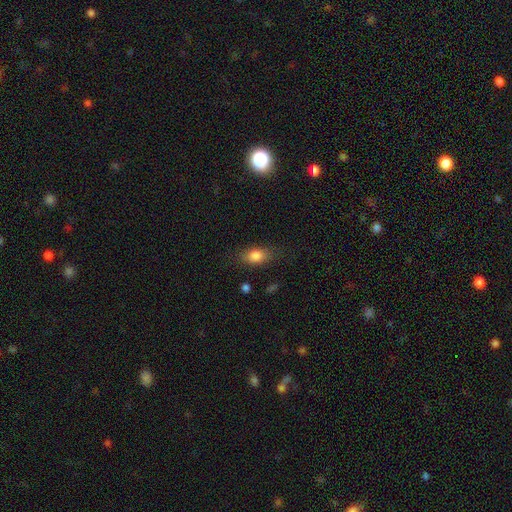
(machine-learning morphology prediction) This appears to be a smooth galaxy with no disk features (81%) that is in between round and cigar-shaped (80%). Merging: none (74%).